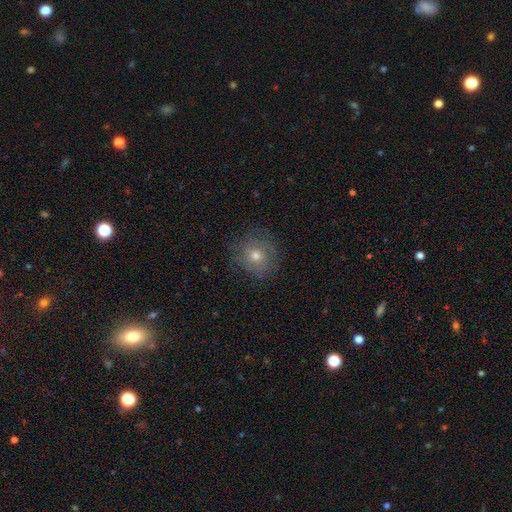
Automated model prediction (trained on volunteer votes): smooth_or_featured: smooth (p=0.48) [alt: featured or disk p=0.38]
merging: none (p=0.78) [alt: minor disturbance p=0.14]